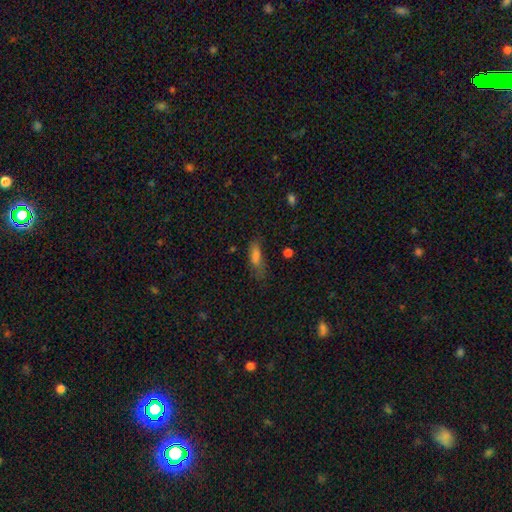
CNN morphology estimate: A smooth galaxy with no disk features (72%) that is in between round and cigar-shaped (54%).

Vote fractions:
- Smooth or featured? smooth: 72% / featured or disk: 15% / star or artifact: 13%
- How rounded? in between: 54% / cigar-shaped: 43% / round: 3%
- Merging? none: 53% / minor disturbance: 28% / major disturbance: 16% / merger: 4%